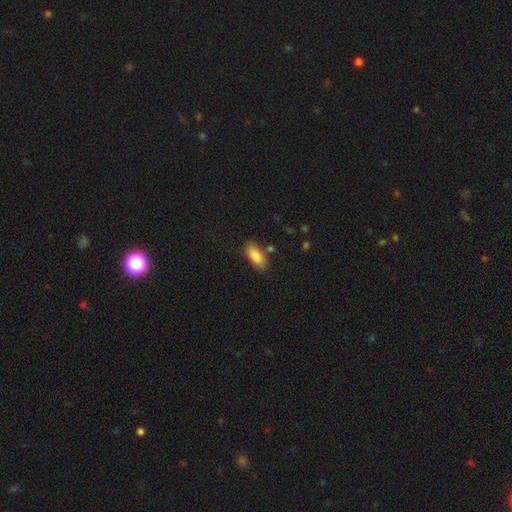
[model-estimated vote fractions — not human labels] smooth 87%, star or artifact 7%, featured or disk 6%. Down the decision tree: how rounded — in between (86%); merging — none (75%).